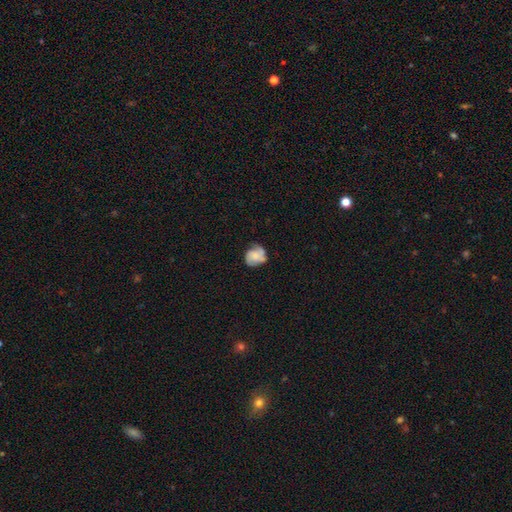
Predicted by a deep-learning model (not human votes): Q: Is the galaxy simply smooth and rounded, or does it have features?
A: featured or disk — 51%.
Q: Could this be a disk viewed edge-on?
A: no — 98%.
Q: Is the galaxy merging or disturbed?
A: none — 56%.